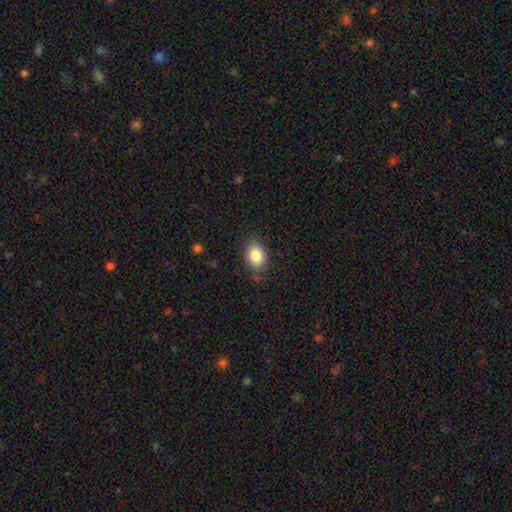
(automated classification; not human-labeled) Smooth or featured: smooth — 84% (star or artifact — 8%)
How rounded: in between — 76% (round — 23%)
Merging: none — 82% (minor disturbance — 14%)